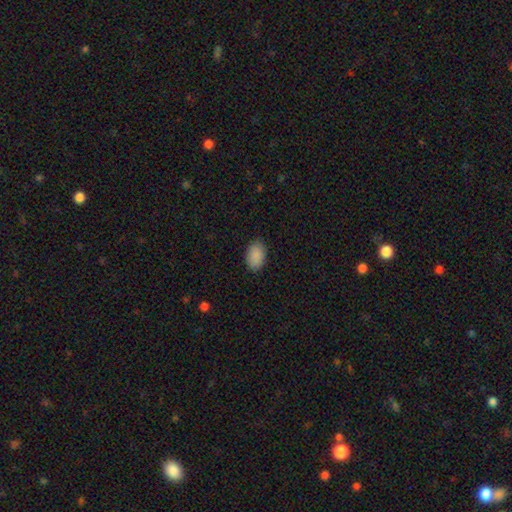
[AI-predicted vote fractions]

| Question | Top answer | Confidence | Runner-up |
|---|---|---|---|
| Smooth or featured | smooth | 90% | star or artifact (7%) |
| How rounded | in between | 90% | round (9%) |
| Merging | none | 87% | minor disturbance (10%) |